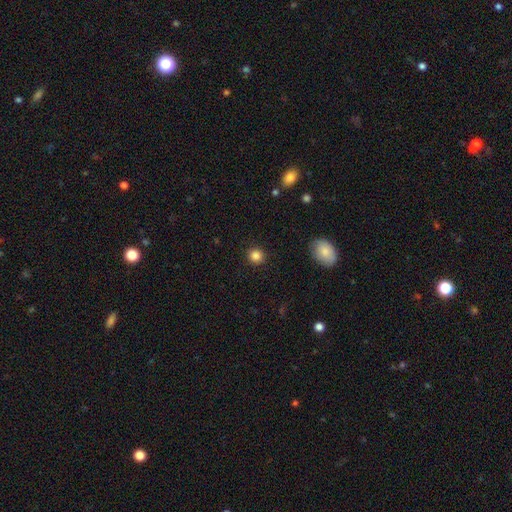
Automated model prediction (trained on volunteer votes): smooth_or_featured: smooth (p=0.86) [alt: star or artifact p=0.11]
how_rounded: round (p=0.90) [alt: in between p=0.09]
merging: none (p=0.91) [alt: minor disturbance p=0.06]